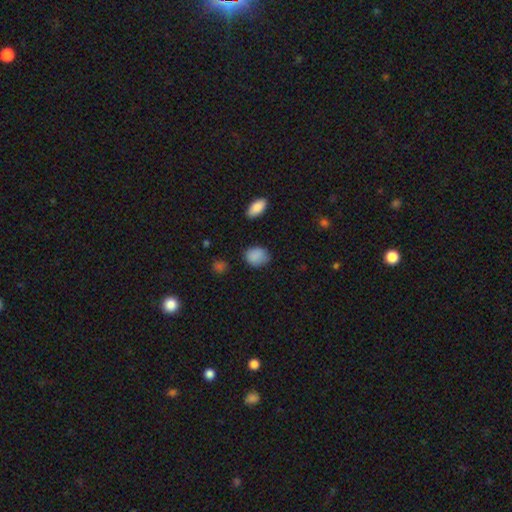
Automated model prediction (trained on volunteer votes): Overall: smooth (87%). How rounded: in between (55%; round 43%). Merging: none (75%).